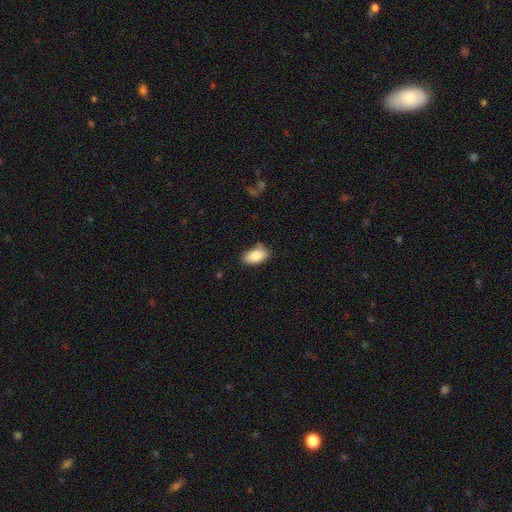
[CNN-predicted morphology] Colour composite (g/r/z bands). It shows a smooth galaxy with no disk features (84%) that is in between round and cigar-shaped (93%). Merging: none (75%).